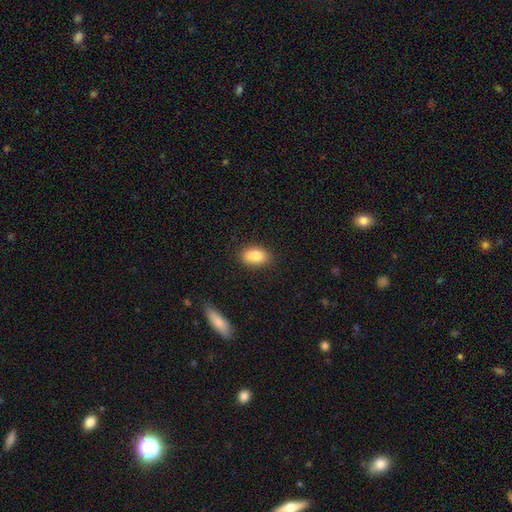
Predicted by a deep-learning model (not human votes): smooth-or-featured: smooth: 80% | featured or disk: 11% | star or artifact: 8%
  how-rounded: in between: 83% | round: 15% | cigar-shaped: 2%
  merging: none: 68% | minor disturbance: 19% | merger: 10% | major disturbance: 4%